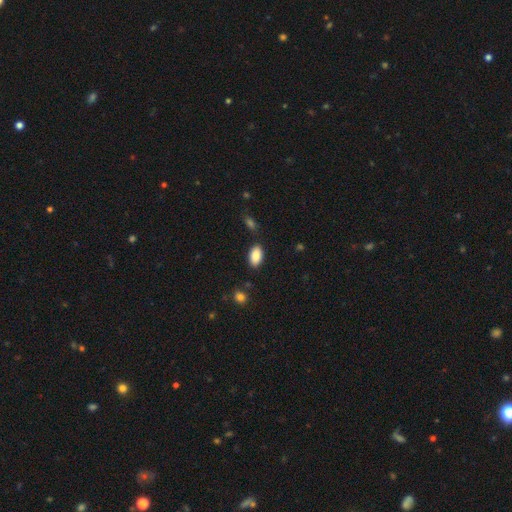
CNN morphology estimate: Smooth or featured?
  - smooth: 89% *
  - star or artifact: 7%
  - featured or disk: 4%
How rounded?
  - in between: 94% *
  - round: 4%
  - cigar-shaped: 2%
Merging?
  - none: 83% *
  - minor disturbance: 11%
  - major disturbance: 3%
  - merger: 3%